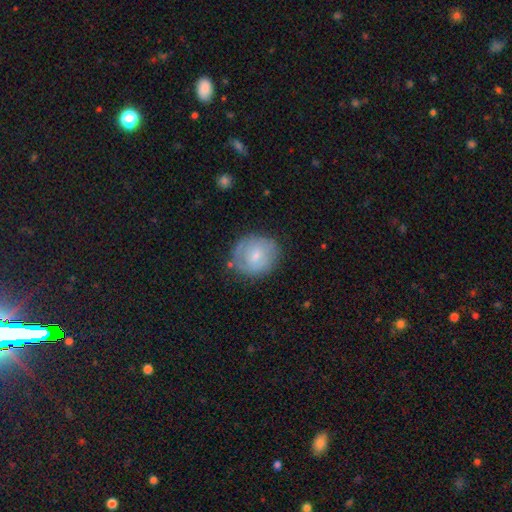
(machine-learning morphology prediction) Smooth or featured: smooth — 55% (featured or disk — 39%)
How rounded: round — 81% (in between — 18%)
Merging: none — 72% (minor disturbance — 20%)